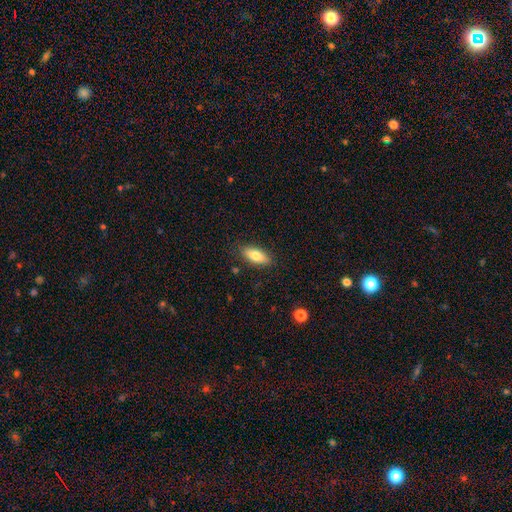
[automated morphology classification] Smooth or featured?
  - smooth: 77% *
  - featured or disk: 16%
  - star or artifact: 7%
How rounded?
  - in between: 82% *
  - cigar-shaped: 16%
  - round: 3%
Merging?
  - none: 85% *
  - minor disturbance: 11%
  - major disturbance: 2%
  - merger: 1%